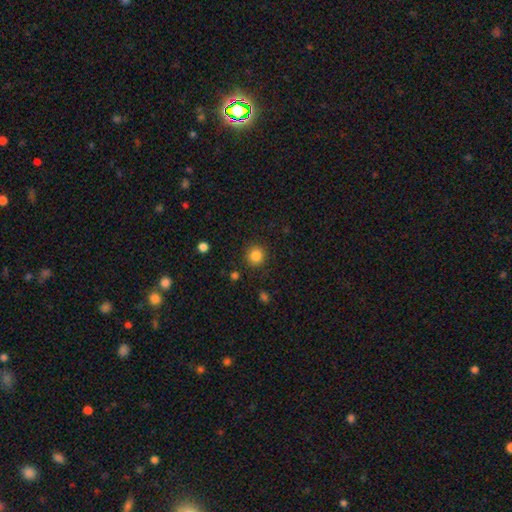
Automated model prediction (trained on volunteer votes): smooth_or_featured: smooth (p=0.84) [alt: star or artifact p=0.11]
how_rounded: round (p=0.92) [alt: in between p=0.07]
merging: none (p=0.89) [alt: minor disturbance p=0.07]